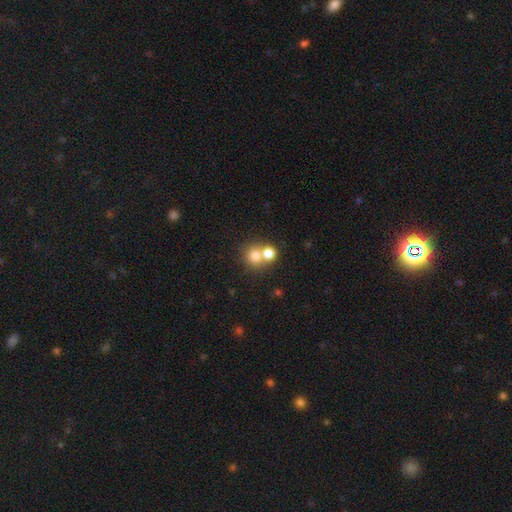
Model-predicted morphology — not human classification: smooth_or_featured: smooth (p=0.75) [alt: star or artifact p=0.13]
how_rounded: round (p=0.86) [alt: in between p=0.14]
merging: merger (p=0.49) [alt: none p=0.43]